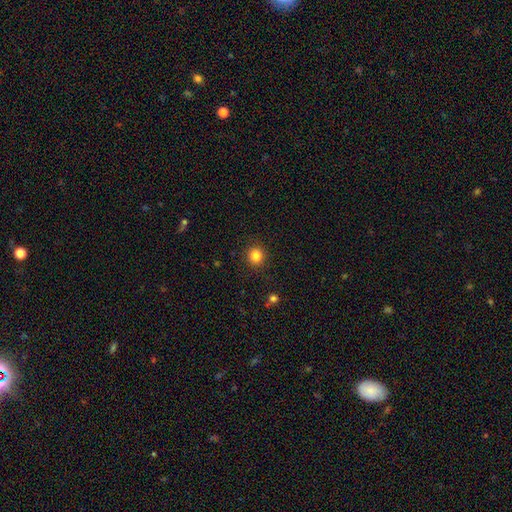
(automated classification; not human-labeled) A smooth galaxy with no disk features (84%) that is round (91%). Merging: none (91%).